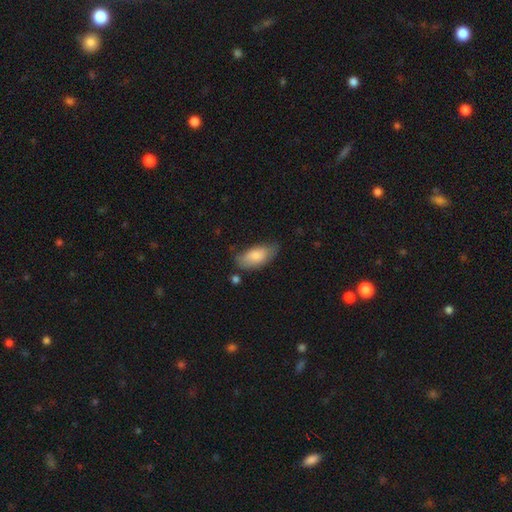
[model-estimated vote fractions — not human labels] The model was most divided on "merging": none: 60%, minor disturbance: 30%, major disturbance: 7%, merger: 4%. More confident: how rounded — in between (90%); smooth or featured — smooth (79%).